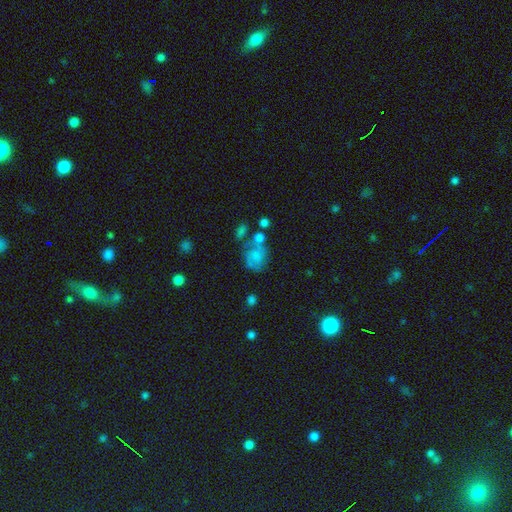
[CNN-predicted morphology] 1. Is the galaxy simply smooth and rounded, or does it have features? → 62% smooth, 26% featured or disk, 11% star or artifact.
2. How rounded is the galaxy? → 57% round, 42% in between, 1% cigar-shaped.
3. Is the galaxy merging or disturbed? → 40% none, 22% minor disturbance, 21% merger, 17% major disturbance.